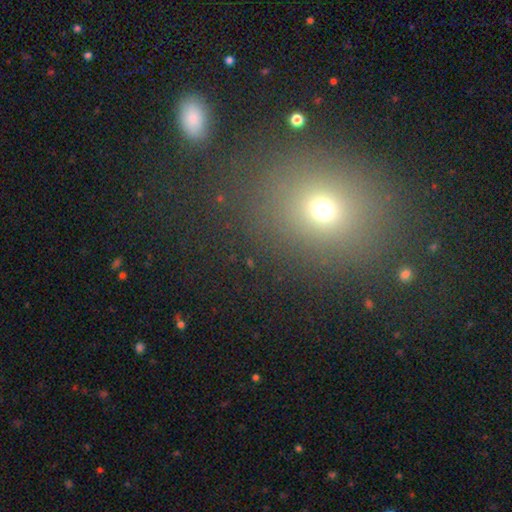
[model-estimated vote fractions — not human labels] smooth 62%, star or artifact 28%, featured or disk 10%. Down the decision tree: how rounded — round (57%); merging — none (80%).